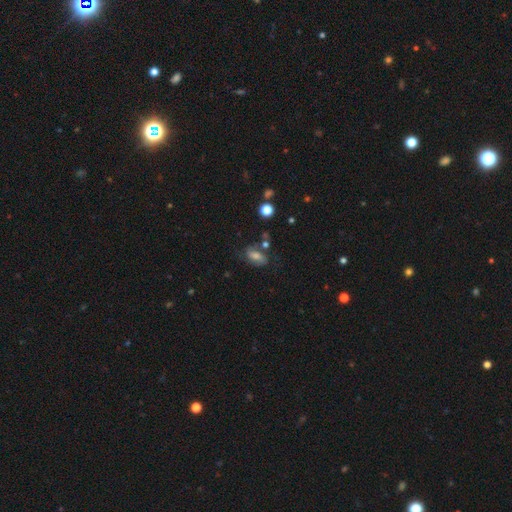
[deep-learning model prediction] A smooth galaxy with no disk features (51%) that is in between round and cigar-shaped (81%). Merging: none (62%).